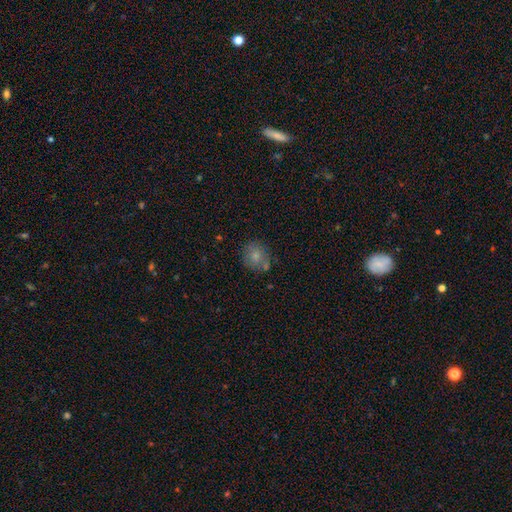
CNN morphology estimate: Smooth or featured?
  - smooth: 78% *
  - featured or disk: 12%
  - star or artifact: 10%
How rounded?
  - round: 79% *
  - in between: 20%
  - cigar-shaped: 1%
Merging?
  - none: 68% *
  - minor disturbance: 16%
  - merger: 12%
  - major disturbance: 4%